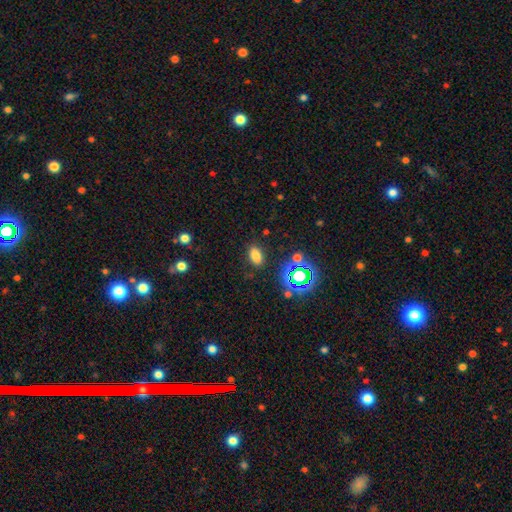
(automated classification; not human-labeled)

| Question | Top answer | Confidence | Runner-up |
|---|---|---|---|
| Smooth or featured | smooth | 72% | star or artifact (21%) |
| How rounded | in between | 86% | round (11%) |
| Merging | none | 86% | minor disturbance (9%) |